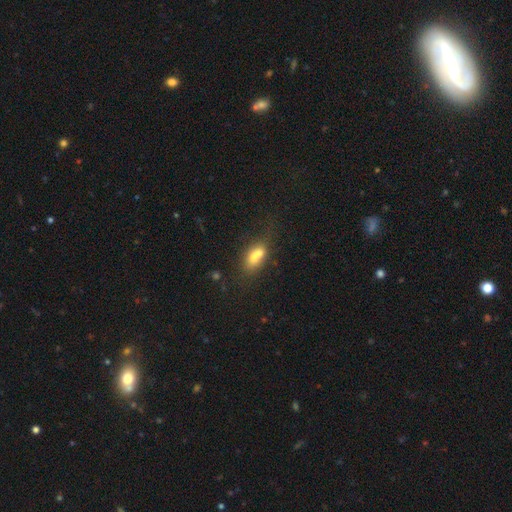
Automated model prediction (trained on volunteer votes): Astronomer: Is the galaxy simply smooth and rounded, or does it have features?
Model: smooth — 65%.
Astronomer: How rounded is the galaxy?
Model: in between — 75%.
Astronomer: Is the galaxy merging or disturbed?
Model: merger — 53% (runner-up: none, 29%).